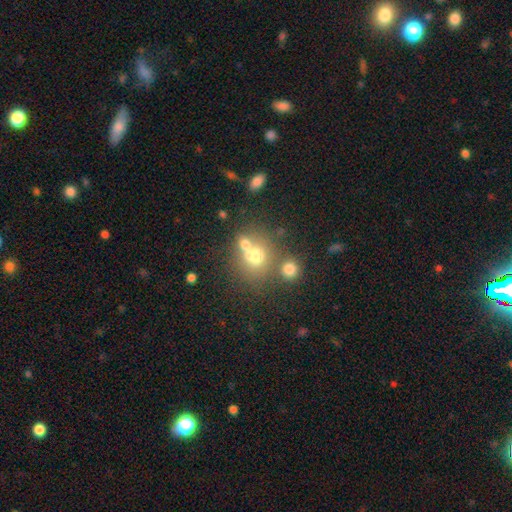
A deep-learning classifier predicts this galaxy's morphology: The model was most divided on "merging": merger: 44%, none: 42%, minor disturbance: 9%, major disturbance: 5%. More confident: how rounded — round (76%); smooth or featured — smooth (65%).